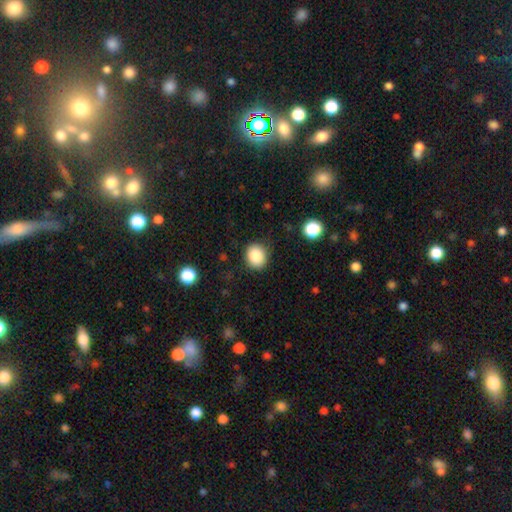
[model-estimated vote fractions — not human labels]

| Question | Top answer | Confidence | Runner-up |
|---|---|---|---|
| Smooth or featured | smooth | 85% | star or artifact (9%) |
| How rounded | round | 70% | in between (29%) |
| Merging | none | 86% | minor disturbance (10%) |